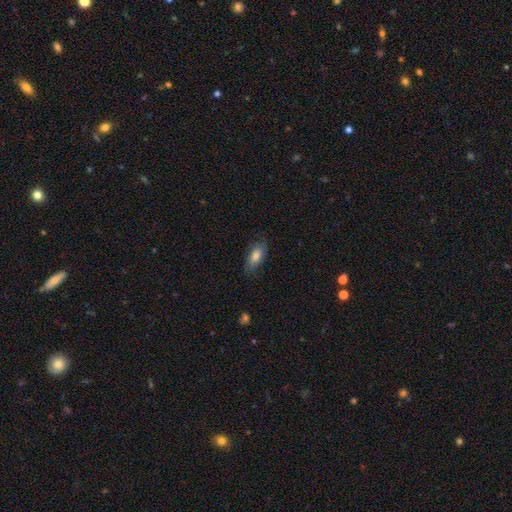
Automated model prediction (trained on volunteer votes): A smooth galaxy with no disk features (72%) that is in between round and cigar-shaped (85%). Merging: none (72%).